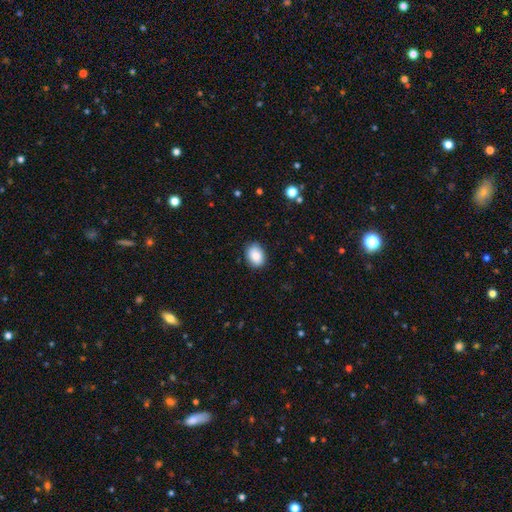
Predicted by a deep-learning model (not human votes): A smooth galaxy with no disk features (85%) that is in between round and cigar-shaped (69%).

Vote fractions:
- Smooth or featured? smooth: 85% / star or artifact: 8% / featured or disk: 7%
- How rounded? in between: 69% / round: 30% / cigar-shaped: 1%
- Merging? none: 87% / minor disturbance: 10% / major disturbance: 2% / merger: 1%